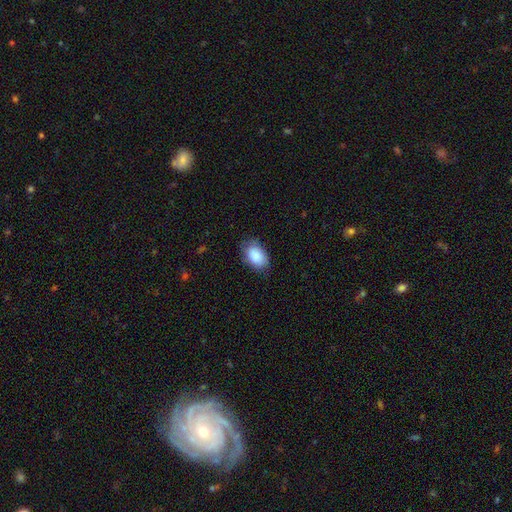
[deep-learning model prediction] A smooth galaxy with no disk features (89%) that is in between round and cigar-shaped (90%).

Vote fractions:
- Smooth or featured? smooth: 89% / star or artifact: 7% / featured or disk: 5%
- How rounded? in between: 90% / round: 9% / cigar-shaped: 1%
- Merging? none: 74% / minor disturbance: 20% / major disturbance: 4% / merger: 1%